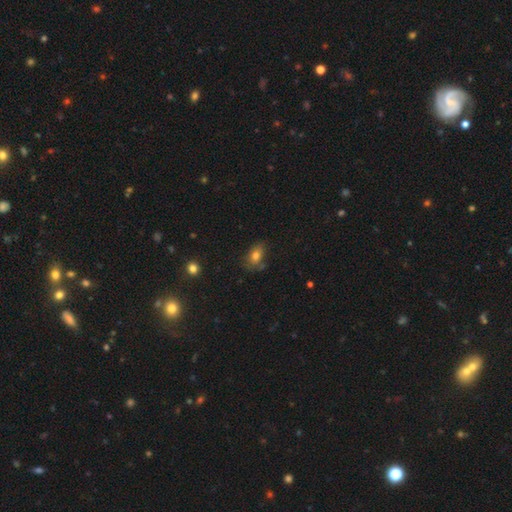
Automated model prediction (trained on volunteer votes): A smooth galaxy with no disk features (77%) that is in between round and cigar-shaped (83%).

Vote fractions:
- Smooth or featured? smooth: 77% / featured or disk: 12% / star or artifact: 11%
- How rounded? in between: 83% / round: 15% / cigar-shaped: 3%
- Merging? none: 65% / minor disturbance: 23% / major disturbance: 6% / merger: 6%